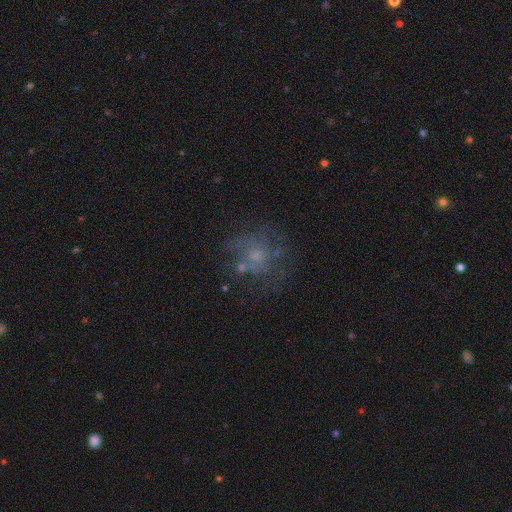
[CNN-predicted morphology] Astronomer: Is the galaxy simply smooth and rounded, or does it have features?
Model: featured or disk — 44% (runner-up: smooth, 38%).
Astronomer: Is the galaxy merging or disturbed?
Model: none — 55%.